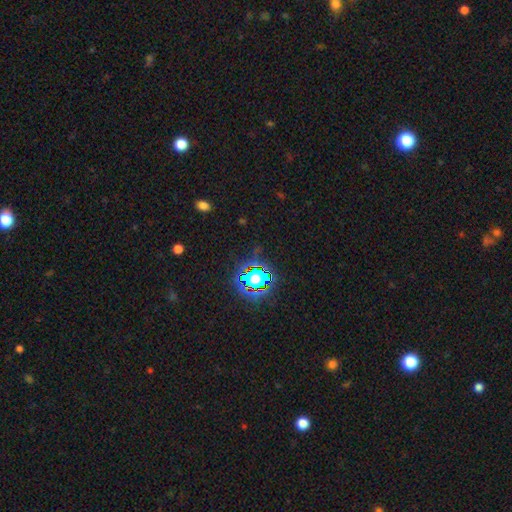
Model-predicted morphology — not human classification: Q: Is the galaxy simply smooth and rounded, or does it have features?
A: star or artifact — 79%.